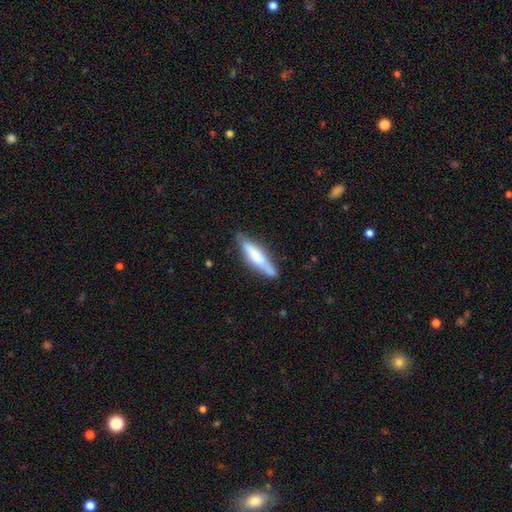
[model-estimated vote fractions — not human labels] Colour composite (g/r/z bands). It shows a smooth galaxy with no disk features (61%) that is cigar-shaped (77%). Merging: none (75%).